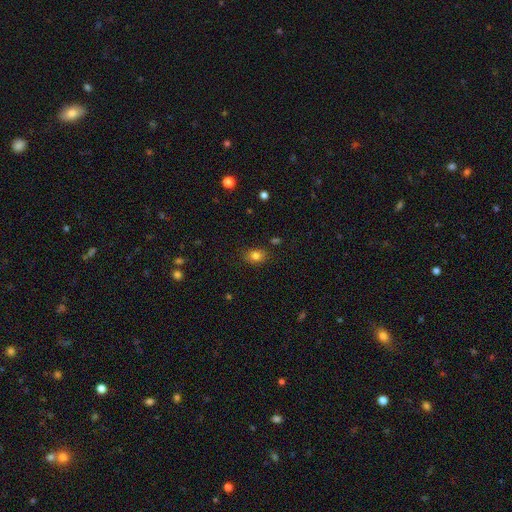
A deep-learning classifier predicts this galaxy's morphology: This appears to be a smooth galaxy with no disk features (81%) that is in between round and cigar-shaped (55%). Merging: none (84%).